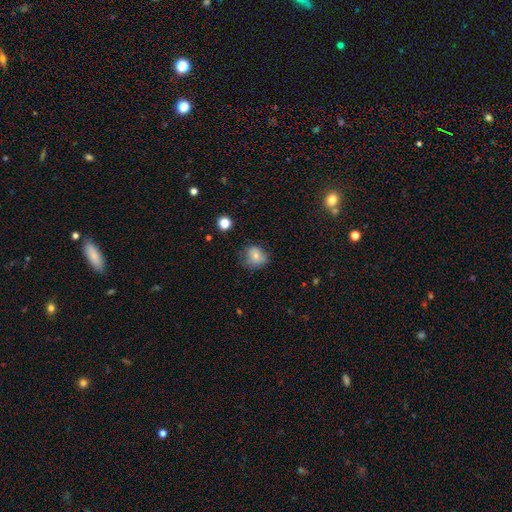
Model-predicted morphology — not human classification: Q: Smooth or featured?
A: smooth (75%); runner-up: featured or disk (14%)
Q: How rounded?
A: round (72%); runner-up: in between (27%)
Q: Merging?
A: none (61%); runner-up: minor disturbance (27%)